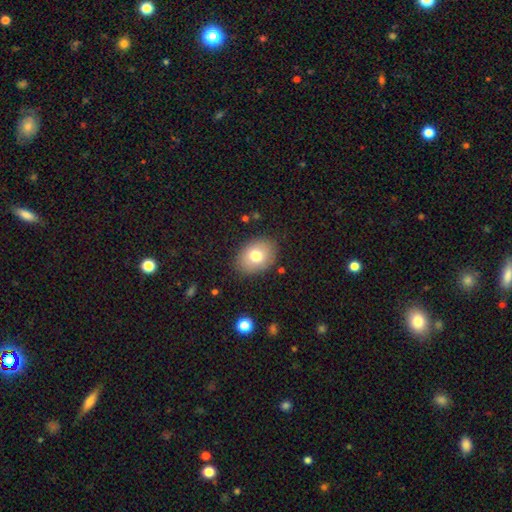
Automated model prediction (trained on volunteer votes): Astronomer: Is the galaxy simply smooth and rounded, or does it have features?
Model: smooth — 75%.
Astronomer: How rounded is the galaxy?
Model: in between — 70%.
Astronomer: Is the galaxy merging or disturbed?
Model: none — 84%.